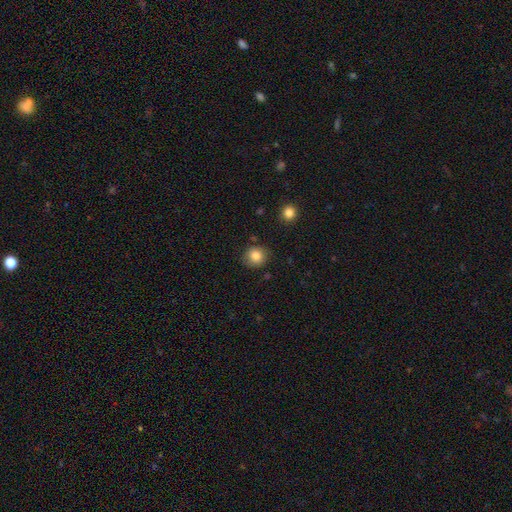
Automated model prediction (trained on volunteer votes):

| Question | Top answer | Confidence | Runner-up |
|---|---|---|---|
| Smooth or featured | smooth | 84% | star or artifact (10%) |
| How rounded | round | 86% | in between (13%) |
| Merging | none | 82% | minor disturbance (13%) |